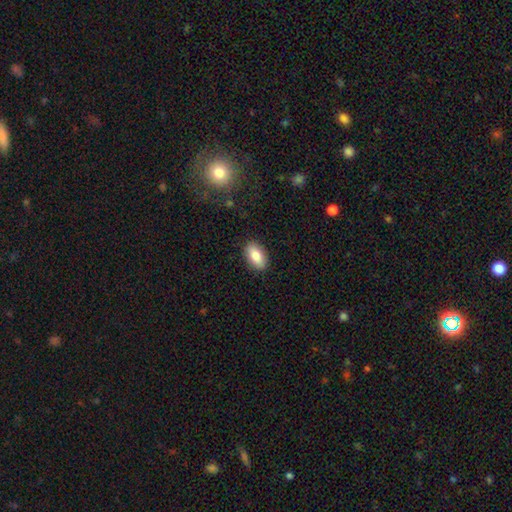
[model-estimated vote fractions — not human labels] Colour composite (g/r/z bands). It shows a smooth galaxy with no disk features (83%) that is in between round and cigar-shaped (92%). Merging: none (89%).